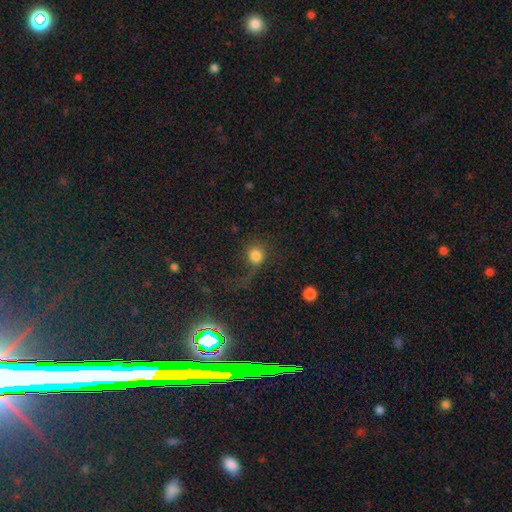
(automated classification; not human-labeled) Smooth or featured?
  - smooth: 77% *
  - star or artifact: 12%
  - featured or disk: 11%
How rounded?
  - round: 88% *
  - in between: 11%
  - cigar-shaped: 1%
Merging?
  - none: 47% *
  - major disturbance: 32%
  - minor disturbance: 16%
  - merger: 5%